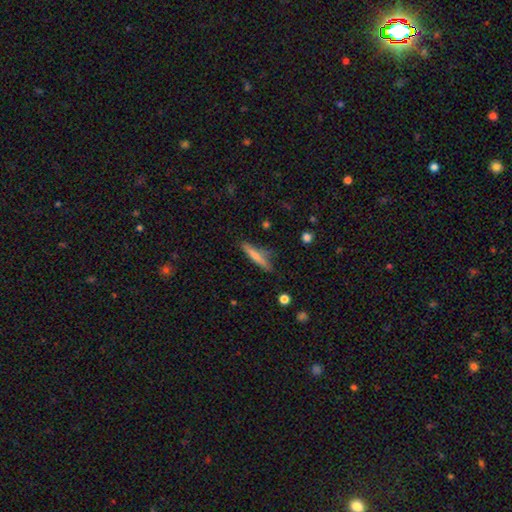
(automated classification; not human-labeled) Smooth or featured? Predicted: smooth (p=0.63). How rounded? Predicted: cigar-shaped (p=0.89). Merging? Predicted: none (p=0.76).